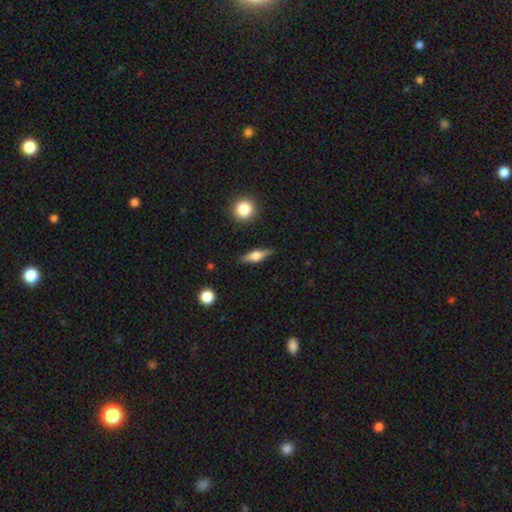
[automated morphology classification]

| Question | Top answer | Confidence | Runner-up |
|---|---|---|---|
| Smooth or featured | featured or disk | 55% | smooth (38%) |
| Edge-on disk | yes | 94% | no (6%) |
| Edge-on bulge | rounded | 87% | boxy (10%) |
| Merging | none | 85% | minor disturbance (11%) |